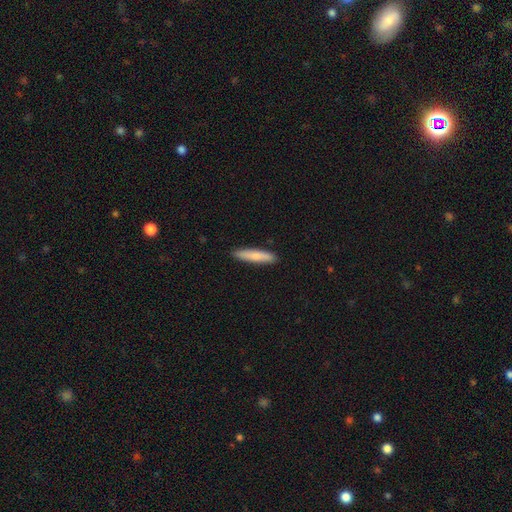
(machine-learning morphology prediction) Smooth or featured? smooth (77%)
How rounded? cigar-shaped (88%)
Merging? none (90%)